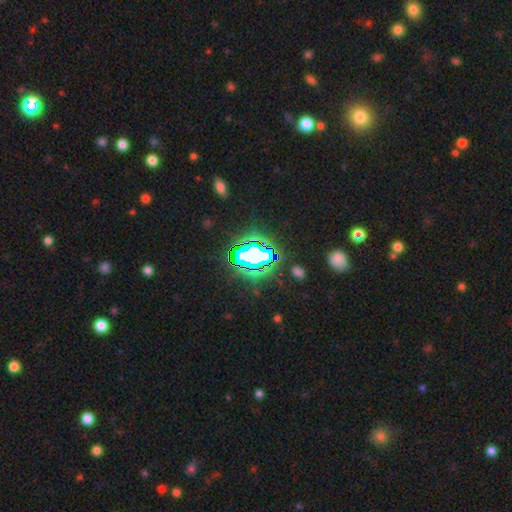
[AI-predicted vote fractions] Morphology: type=star or artifact (72%).